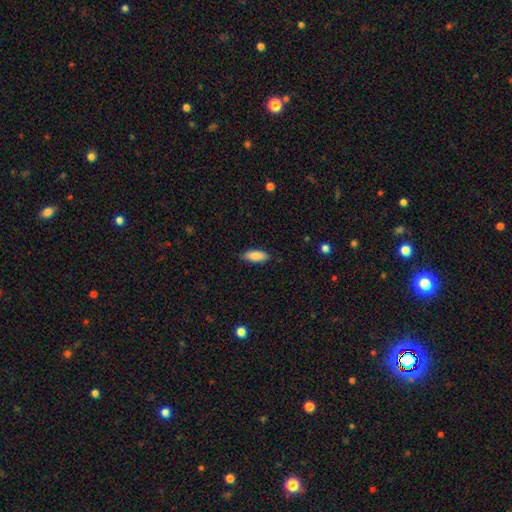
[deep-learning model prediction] This is clearly a smooth galaxy (88%). How rounded: likely in between (73%). Merging: clearly none (85%).